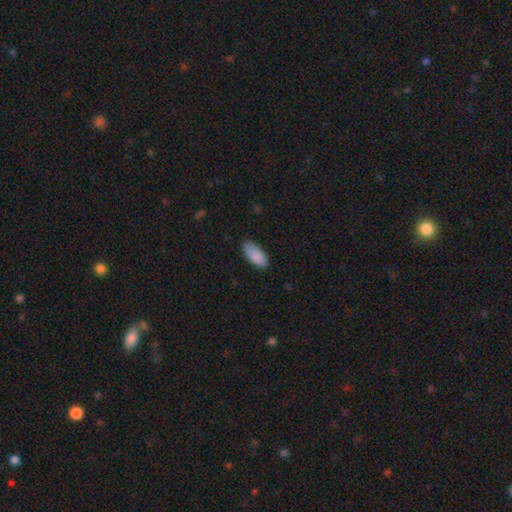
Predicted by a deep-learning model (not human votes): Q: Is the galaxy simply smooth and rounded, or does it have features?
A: smooth — 89%.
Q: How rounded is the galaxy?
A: in between — 88%.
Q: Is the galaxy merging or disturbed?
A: none — 80%.